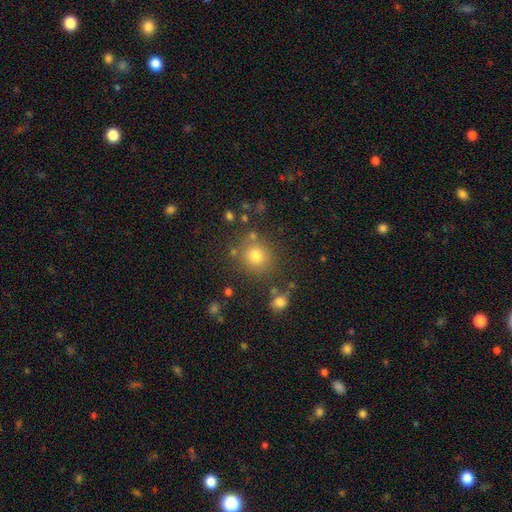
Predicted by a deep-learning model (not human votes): Smooth or featured: smooth — 73% (star or artifact — 18%)
How rounded: round — 87% (in between — 12%)
Merging: none — 81% (minor disturbance — 9%)